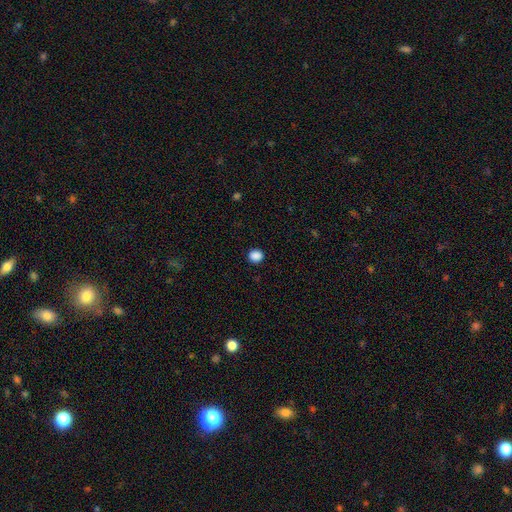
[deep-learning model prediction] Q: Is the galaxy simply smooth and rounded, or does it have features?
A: smooth — 87%.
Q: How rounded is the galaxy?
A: round — 80%.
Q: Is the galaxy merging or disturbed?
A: none — 90%.